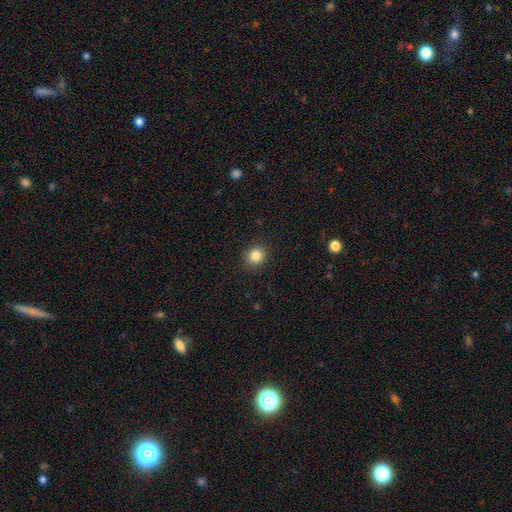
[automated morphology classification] Overall: smooth (84%). How rounded: round (84%). Merging: none (90%).